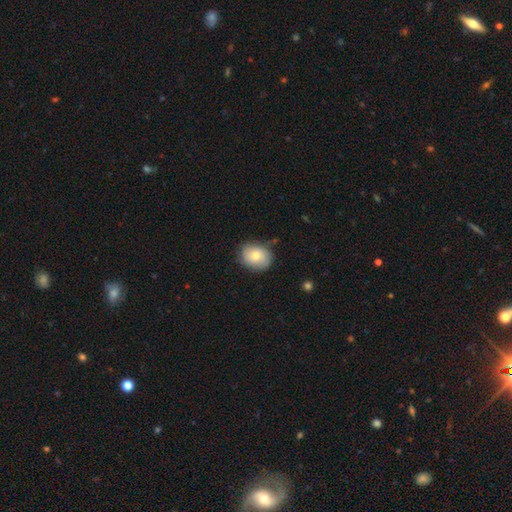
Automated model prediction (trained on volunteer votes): Smooth or featured? smooth (75%)
How rounded? round (54%)
Merging? none (76%)